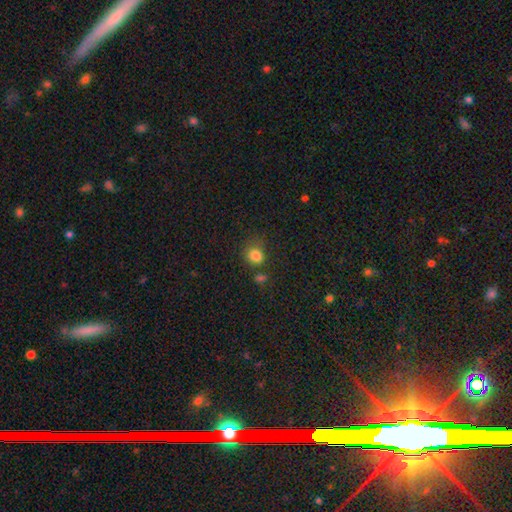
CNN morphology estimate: Q: Smooth or featured?
A: smooth (82%); runner-up: star or artifact (13%)
Q: How rounded?
A: round (74%); runner-up: in between (25%)
Q: Merging?
A: none (61%); runner-up: minor disturbance (19%)